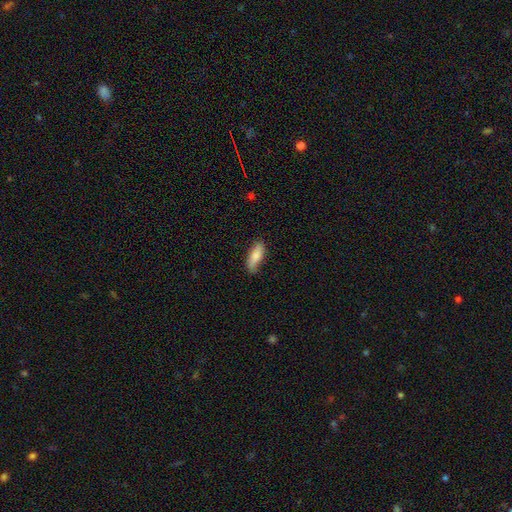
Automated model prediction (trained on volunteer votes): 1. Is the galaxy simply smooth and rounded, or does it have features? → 77% smooth, 17% featured or disk, 6% star or artifact.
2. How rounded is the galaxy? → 57% in between, 41% cigar-shaped, 2% round.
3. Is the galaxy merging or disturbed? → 75% none, 20% minor disturbance, 3% major disturbance, 1% merger.